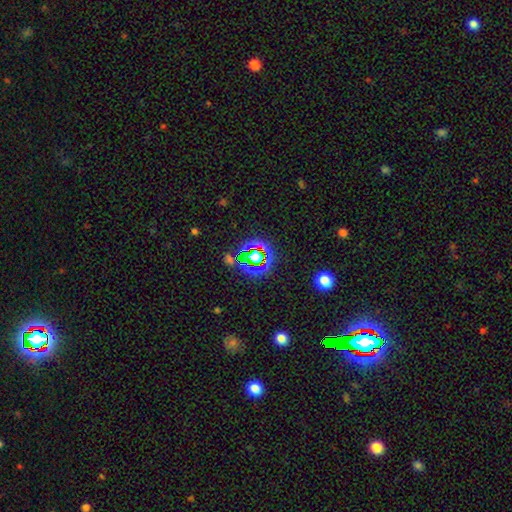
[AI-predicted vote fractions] This is likely a star or artifact rather than a galaxy (65%).